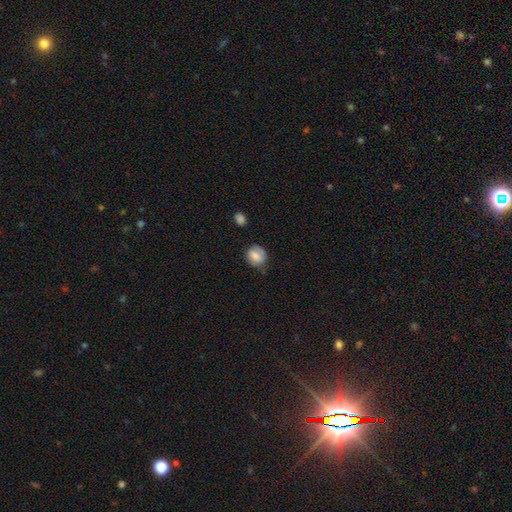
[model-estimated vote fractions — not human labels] Smooth or featured?
  - smooth: 74% *
  - featured or disk: 18%
  - star or artifact: 8%
How rounded?
  - round: 69% *
  - in between: 30%
  - cigar-shaped: 1%
Merging?
  - none: 61% *
  - minor disturbance: 29%
  - major disturbance: 8%
  - merger: 2%